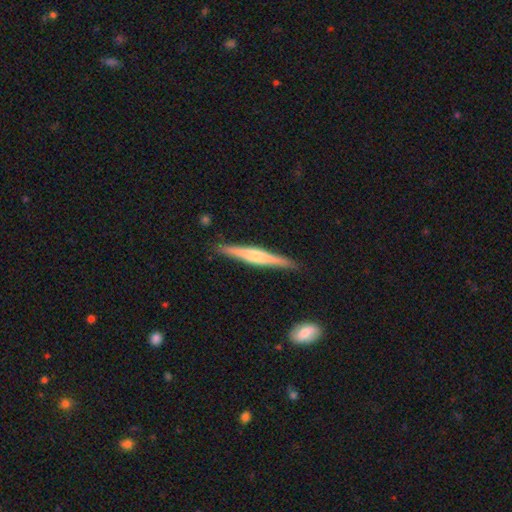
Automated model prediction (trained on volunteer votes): A featured or disk galaxy (62%) viewed edge-on (97%) with a rounded central bulge (68%).

Vote fractions:
- Smooth or featured? featured or disk: 62% / smooth: 32% / star or artifact: 5%
- Edge-on disk? yes: 97% / no: 3%
- Edge-on bulge? rounded: 68% / none: 17% / boxy: 15%
- Merging? none: 89% / minor disturbance: 8% / major disturbance: 2% / merger: 1%